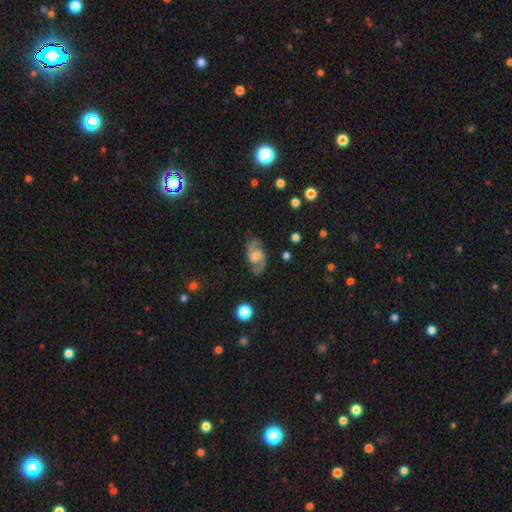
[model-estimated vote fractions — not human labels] smooth_or_featured: featured or disk (p=0.79) [alt: smooth p=0.14]
disk_edge_on: no (p=0.97) [alt: yes p=0.03]
bar: weak (p=0.53) [alt: no p=0.34]
has_spiral_arms: yes (p=0.95) [alt: no p=0.05]
spiral_winding: medium (p=0.55) [alt: loose p=0.29]
spiral_arm_count: 2 (p=0.92) [alt: can't tell p=0.03]
bulge_size: moderate (p=0.38) [alt: large p=0.21]
merging: none (p=0.79) [alt: minor disturbance p=0.14]